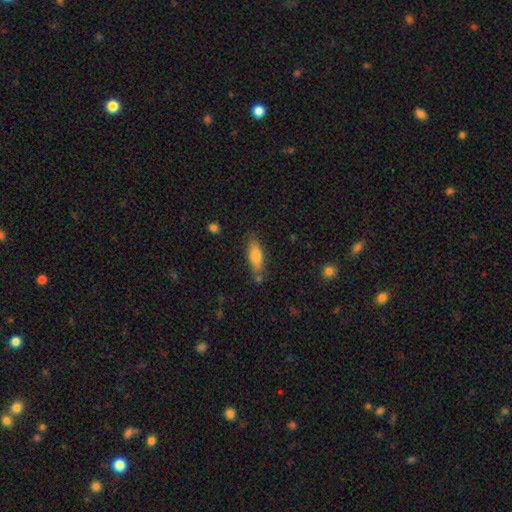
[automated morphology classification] The model was most divided on "how rounded": in between: 61%, cigar-shaped: 37%, round: 2%. More confident: smooth or featured — smooth (76%); merging — none (70%).